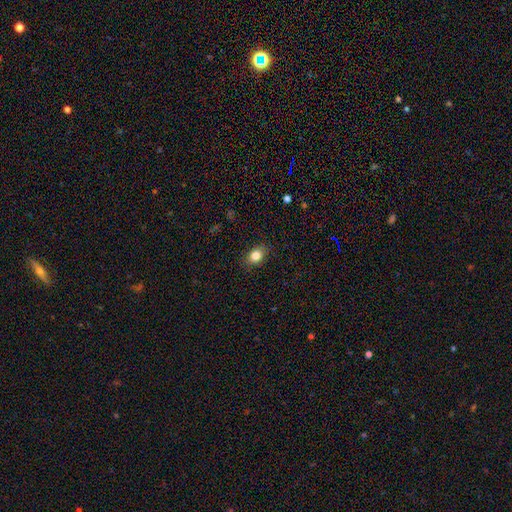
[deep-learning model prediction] The model was most divided on "how rounded": in between: 66%, round: 33%, cigar-shaped: 2%. More confident: merging — none (86%); smooth or featured — smooth (84%).